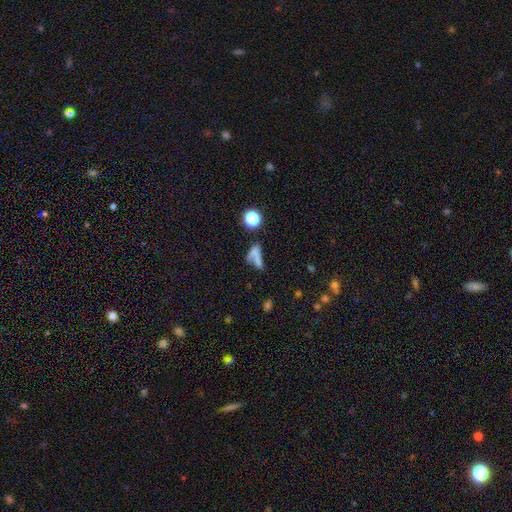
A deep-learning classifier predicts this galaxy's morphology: This appears to be a smooth galaxy with no disk features (58%) that is in between round and cigar-shaped (46%). Merging: merger (38%).